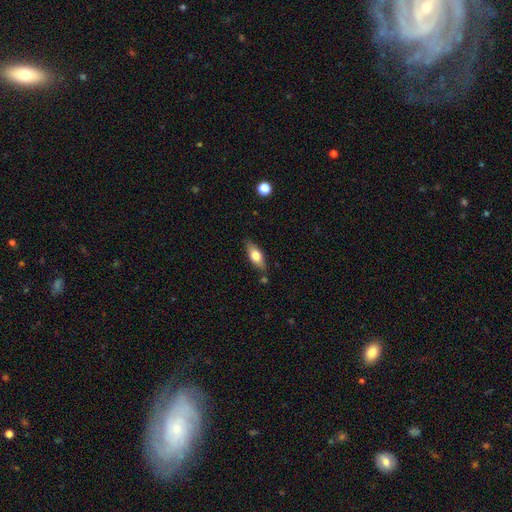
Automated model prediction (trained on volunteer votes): smooth_or_featured: smooth (p=0.67) [alt: featured or disk p=0.26]
how_rounded: in between (p=0.74) [alt: cigar-shaped p=0.23]
merging: none (p=0.79) [alt: minor disturbance p=0.14]